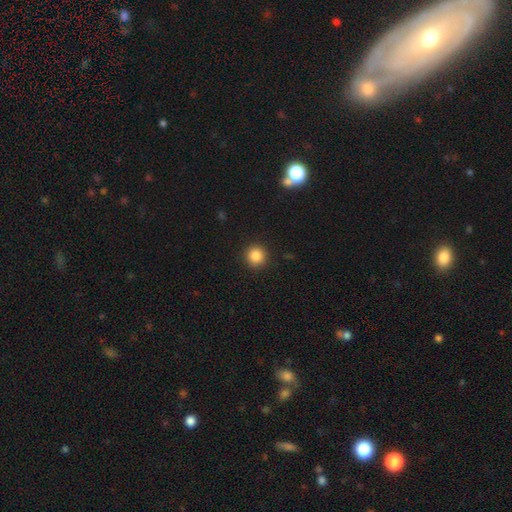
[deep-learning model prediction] smooth_or_featured: smooth (p=0.85) [alt: star or artifact p=0.11]
how_rounded: round (p=0.94) [alt: in between p=0.05]
merging: none (p=0.91) [alt: minor disturbance p=0.06]